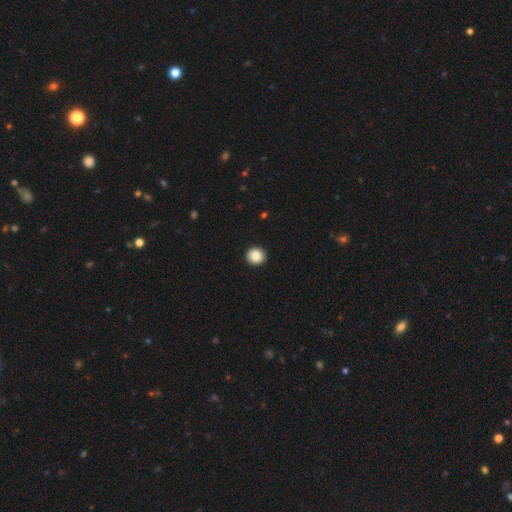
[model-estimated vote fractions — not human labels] The model was most divided on "smooth or featured": smooth: 88%, star or artifact: 8%, featured or disk: 3%. More confident: merging — none (93%); how rounded — round (92%).